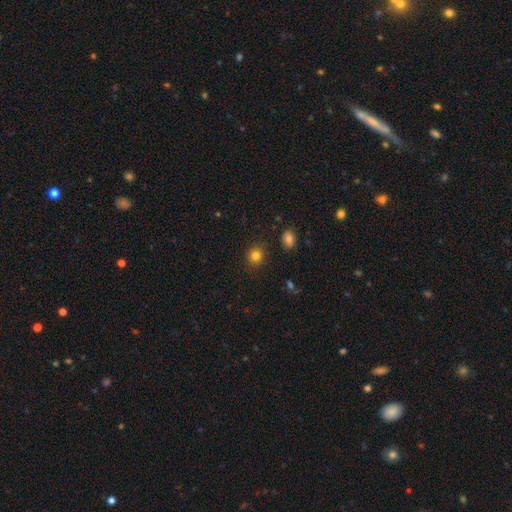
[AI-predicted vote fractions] A smooth galaxy with no disk features (82%) that is round (81%). Merging: none (88%).